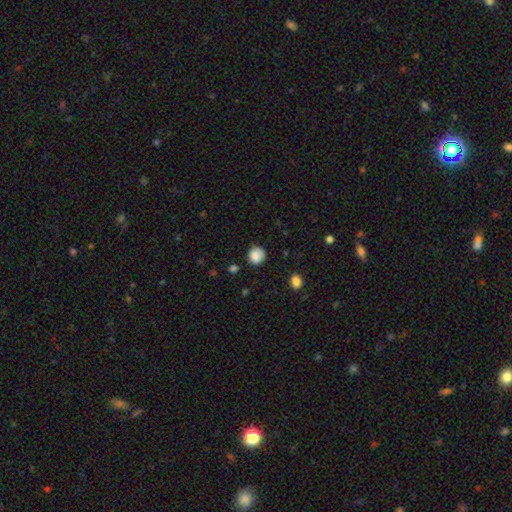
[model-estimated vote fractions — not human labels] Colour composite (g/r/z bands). It shows a smooth galaxy with no disk features (87%) that is round (88%). Merging: none (81%).